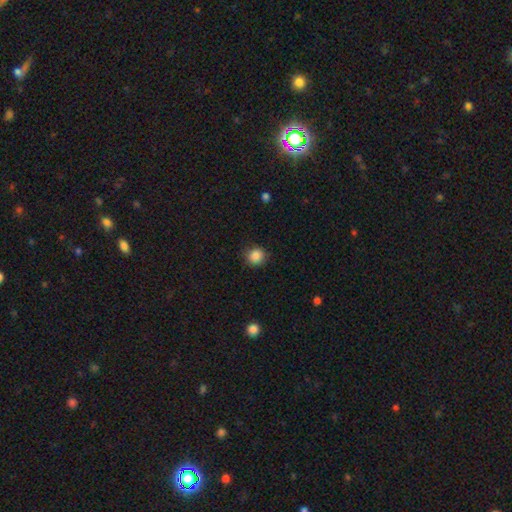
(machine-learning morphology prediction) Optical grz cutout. It shows a smooth galaxy with no disk features (86%) that is round (88%). Merging: none (84%).